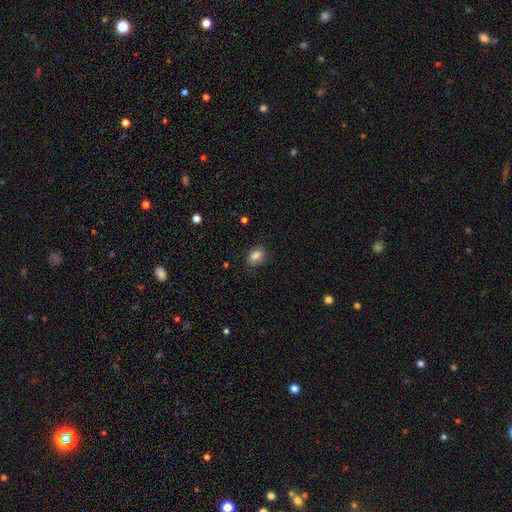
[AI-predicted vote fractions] This is clearly a smooth galaxy (84%). How rounded: likely in between (75%). Merging: likely none (77%).